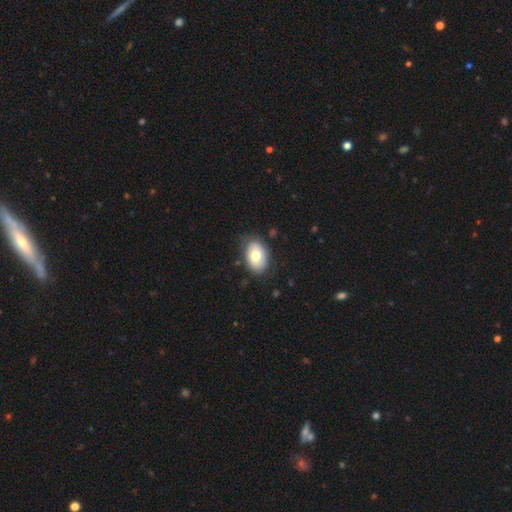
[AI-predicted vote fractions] Smooth or featured? smooth (71%)
How rounded? in between (87%)
Merging? none (77%)